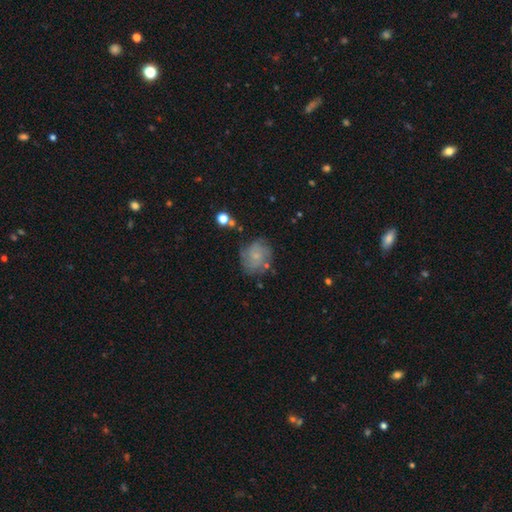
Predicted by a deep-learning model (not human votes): featured or disk 53%, smooth 37%, star or artifact 10%. Down the decision tree: edge-on disk — no (97%); bar — no (81%); spiral arms — yes (78%); bulge size — small (72%); merging — none (66%).